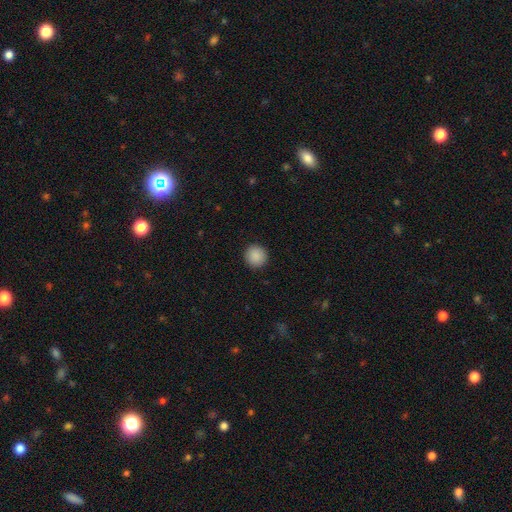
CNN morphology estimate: smooth 90%, star or artifact 8%, featured or disk 3%. Down the decision tree: how rounded — round (95%); merging — none (93%).